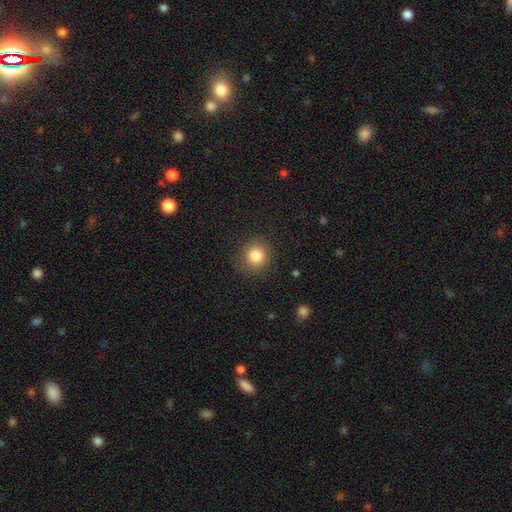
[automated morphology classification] Smooth or featured? Predicted: smooth (p=0.83). How rounded? Predicted: round (p=0.91). Merging? Predicted: none (p=0.88).